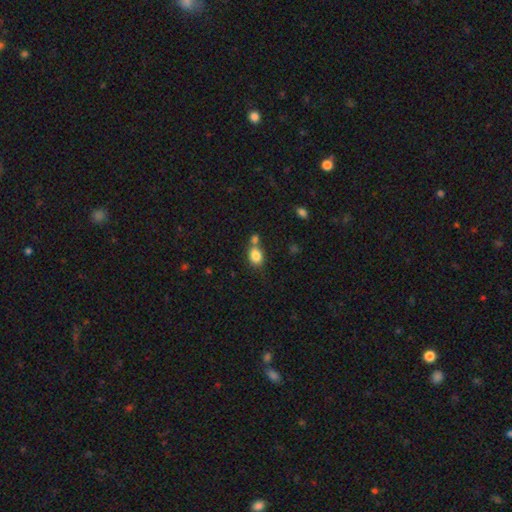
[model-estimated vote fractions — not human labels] The model was most divided on "merging": none: 46%, merger: 37%, minor disturbance: 12%, major disturbance: 4%. More confident: smooth or featured — smooth (83%); how rounded — in between (58%).